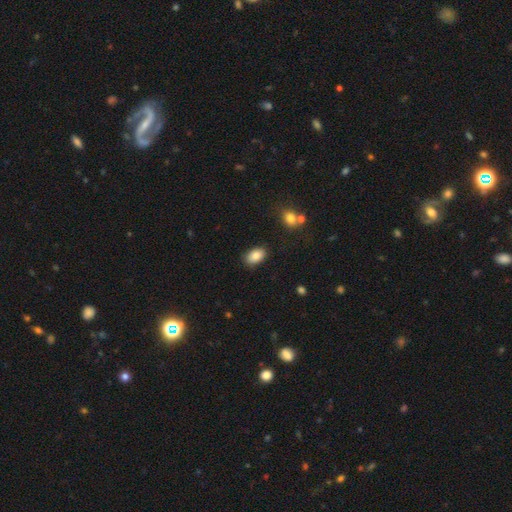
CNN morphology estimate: smooth-or-featured: smooth: 86% | star or artifact: 8% | featured or disk: 6%
  how-rounded: in between: 91% | round: 8% | cigar-shaped: 2%
  merging: none: 85% | minor disturbance: 10% | major disturbance: 2% | merger: 2%